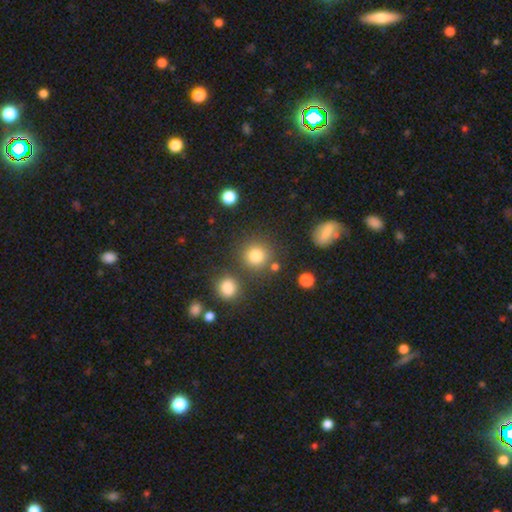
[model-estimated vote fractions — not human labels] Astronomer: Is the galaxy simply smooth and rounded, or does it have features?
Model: smooth — 80%.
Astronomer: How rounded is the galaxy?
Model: round — 91%.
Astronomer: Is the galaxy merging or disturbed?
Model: none — 79%.